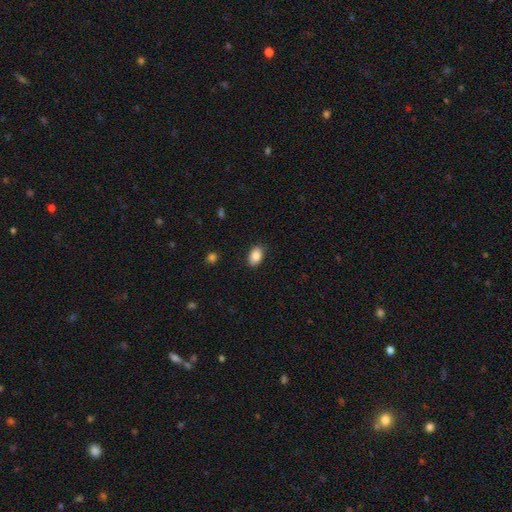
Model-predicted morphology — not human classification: A smooth galaxy with no disk features (87%) that is in between round and cigar-shaped (89%).

Vote fractions:
- Smooth or featured? smooth: 87% / star or artifact: 8% / featured or disk: 5%
- How rounded? in between: 89% / round: 10% / cigar-shaped: 1%
- Merging? none: 86% / minor disturbance: 10% / major disturbance: 2% / merger: 1%